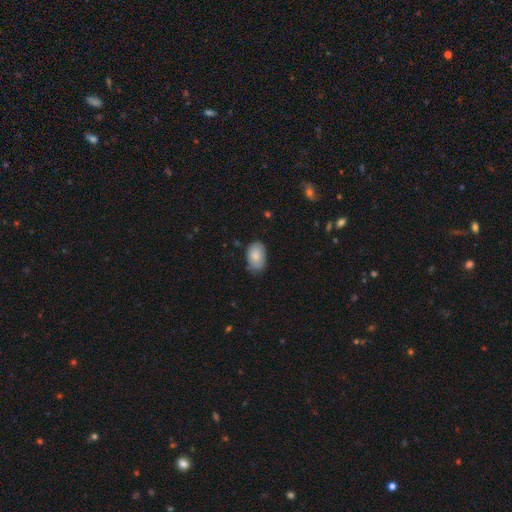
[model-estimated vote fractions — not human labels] The model was most divided on "merging": none: 70%, minor disturbance: 25%, major disturbance: 4%, merger: 1%. More confident: how rounded — in between (87%); smooth or featured — smooth (82%).